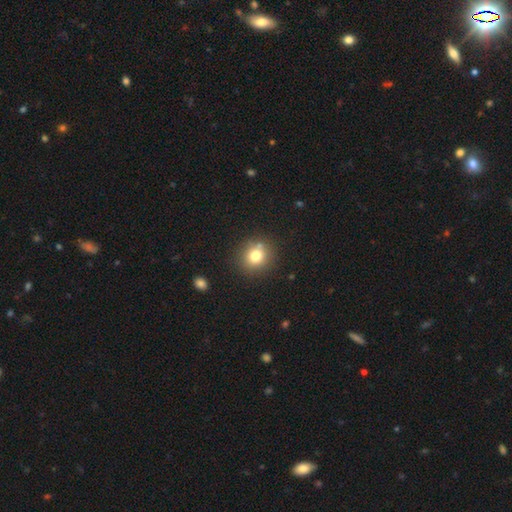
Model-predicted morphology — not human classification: type=smooth (76%); roundness=round (85%); merging=none (80%).